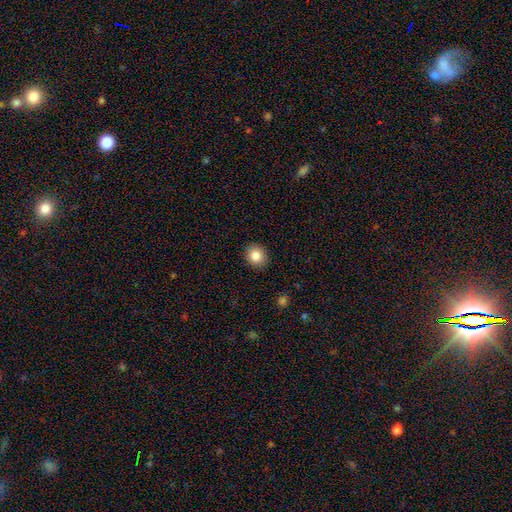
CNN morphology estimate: This appears to be a smooth galaxy with no disk features (84%) that is round (81%). Merging: none (91%).